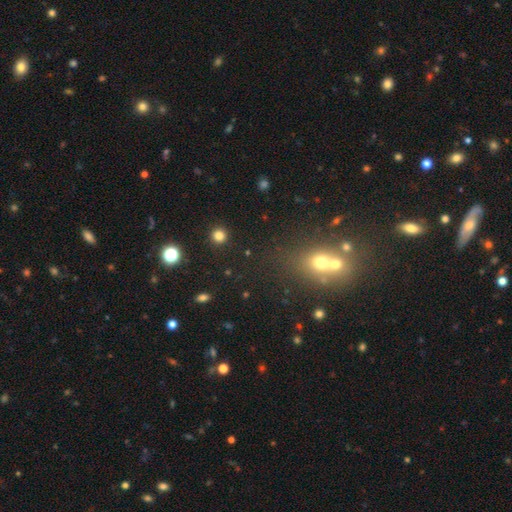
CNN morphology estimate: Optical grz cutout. It shows a smooth galaxy with no disk features (45%). Merging: none (55%).